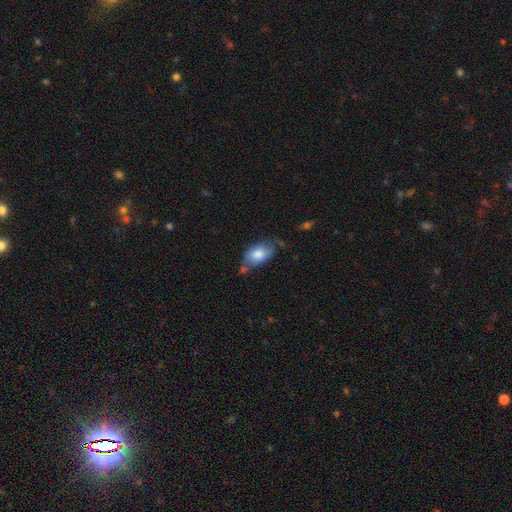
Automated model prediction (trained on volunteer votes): A smooth galaxy with no disk features (78%) that is in between round and cigar-shaped (91%). Merging: none (54%).